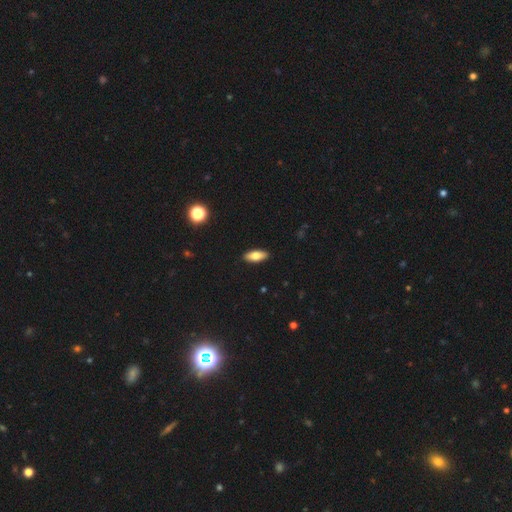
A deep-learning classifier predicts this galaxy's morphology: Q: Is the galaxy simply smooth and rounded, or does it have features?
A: smooth — 75%.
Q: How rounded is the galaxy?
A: in between — 77%.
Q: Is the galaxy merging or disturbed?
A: none — 91%.